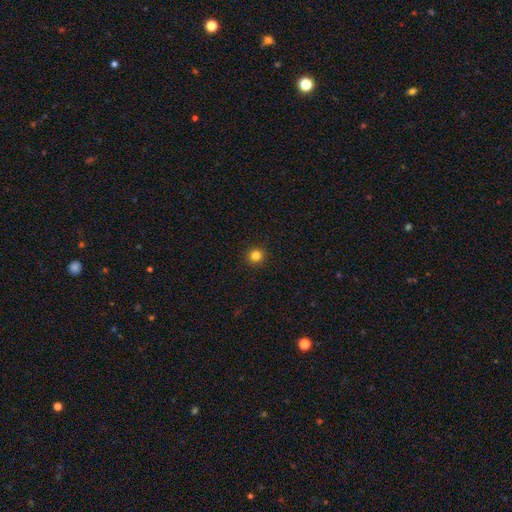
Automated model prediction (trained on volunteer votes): Overall: smooth (82%). How rounded: round (93%). Merging: none (93%).